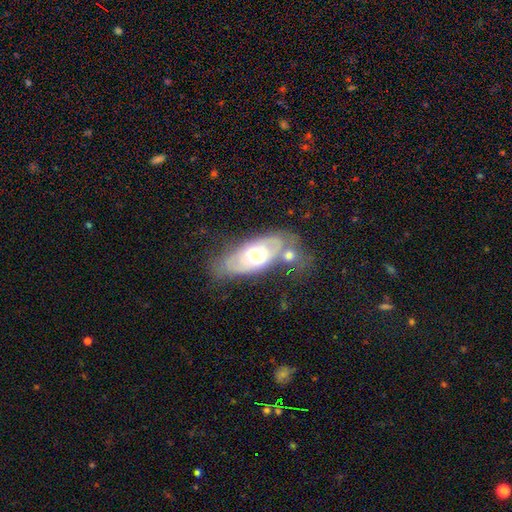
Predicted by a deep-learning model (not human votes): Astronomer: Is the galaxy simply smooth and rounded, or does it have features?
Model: featured or disk — 61%.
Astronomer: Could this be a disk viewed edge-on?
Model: no — 81%.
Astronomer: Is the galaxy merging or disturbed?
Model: none — 46% (runner-up: merger, 23%).